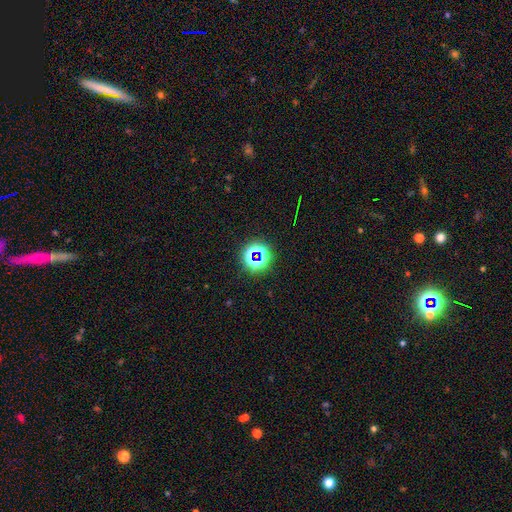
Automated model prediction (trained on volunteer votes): The model was most divided on "smooth or featured": star or artifact: 69%, smooth: 21%, featured or disk: 10%.